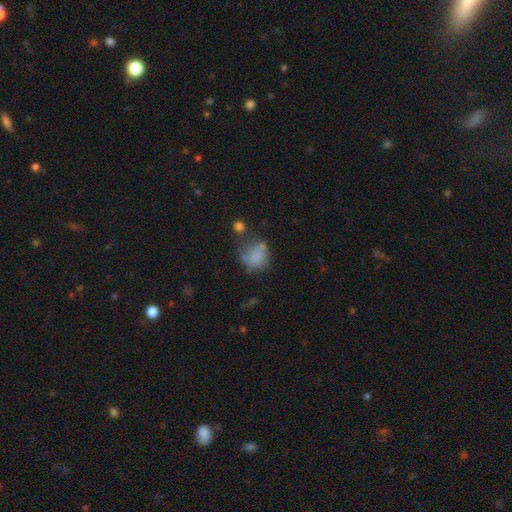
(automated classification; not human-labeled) smooth-or-featured: smooth: 71% | featured or disk: 17% | star or artifact: 12%
  how-rounded: round: 56% | in between: 42% | cigar-shaped: 1%
  merging: none: 38% | minor disturbance: 27% | major disturbance: 24% | merger: 11%